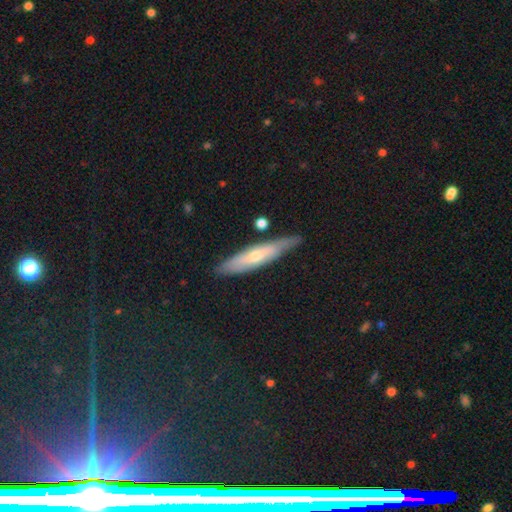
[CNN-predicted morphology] The model was most divided on "smooth or featured": featured or disk: 51%, smooth: 42%, star or artifact: 6%. More confident: merging — none (77%); edge-on disk — yes (70%).